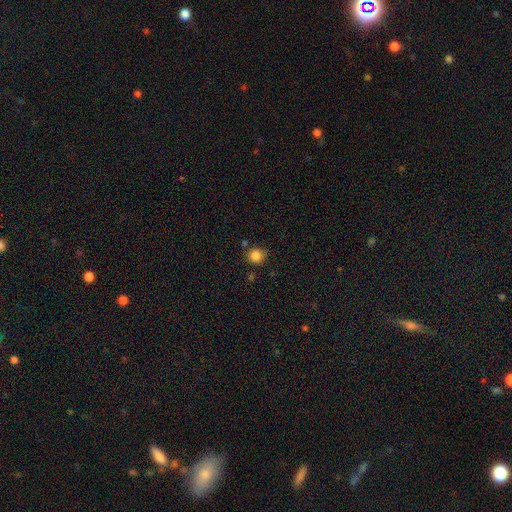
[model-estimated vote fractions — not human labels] Q: Smooth or featured?
A: smooth (84%); runner-up: star or artifact (11%)
Q: How rounded?
A: round (89%); runner-up: in between (10%)
Q: Merging?
A: none (80%); runner-up: minor disturbance (12%)